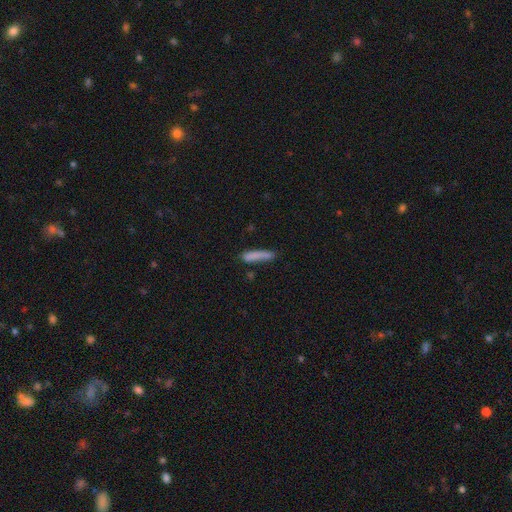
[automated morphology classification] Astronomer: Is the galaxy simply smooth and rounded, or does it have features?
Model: smooth — 82%.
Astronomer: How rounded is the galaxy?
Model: cigar-shaped — 88%.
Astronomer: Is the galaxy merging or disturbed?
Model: none — 69%.